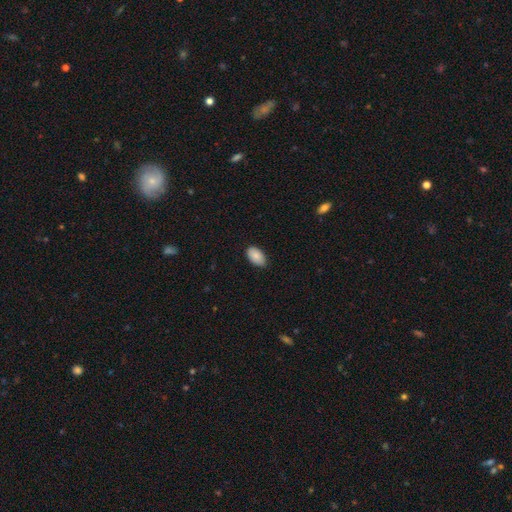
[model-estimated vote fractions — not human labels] smooth 88%, star or artifact 7%, featured or disk 6%. Down the decision tree: how rounded — in between (94%); merging — none (85%).